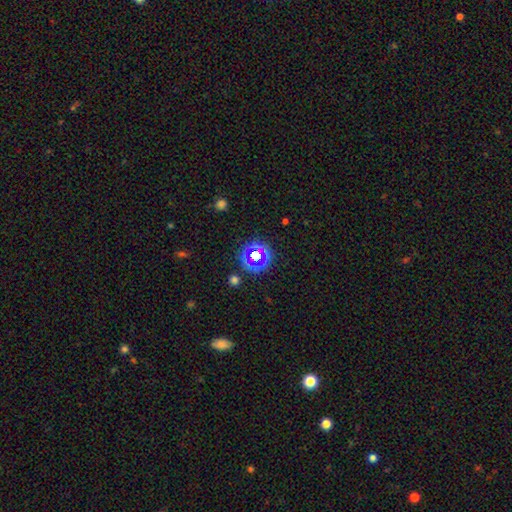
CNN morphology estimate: A star or artifact, not a galaxy (56%).